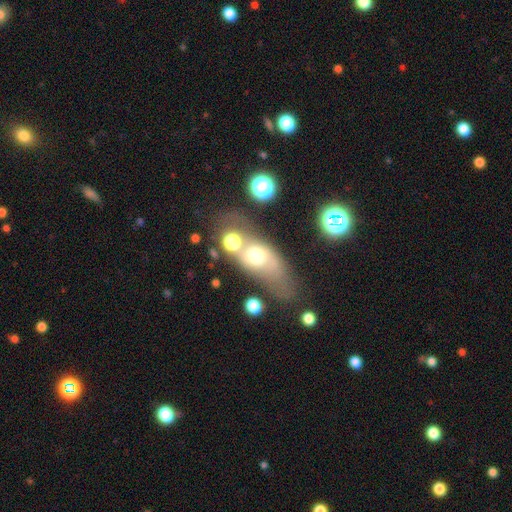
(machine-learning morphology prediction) A smooth galaxy with no disk features (50%).

Vote fractions:
- Smooth or featured? smooth: 50% / featured or disk: 39% / star or artifact: 12%
- Merging? none: 50% / minor disturbance: 20% / merger: 16% / major disturbance: 13%